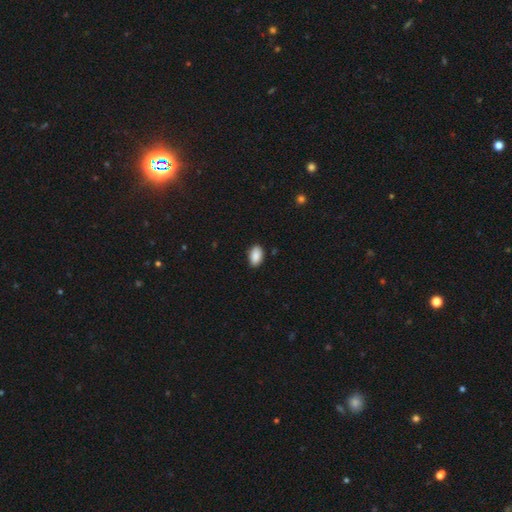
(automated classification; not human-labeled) The model was most divided on "merging": none: 88%, minor disturbance: 9%, major disturbance: 2%, merger: 1%. More confident: how rounded — in between (93%); smooth or featured — smooth (89%).